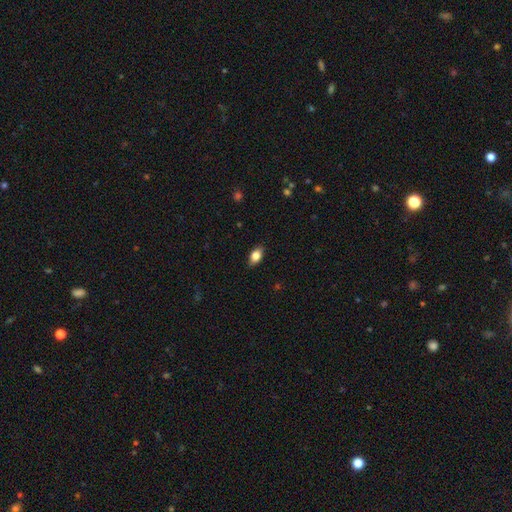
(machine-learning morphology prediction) Q: Smooth or featured?
A: smooth (80%); runner-up: featured or disk (12%)
Q: How rounded?
A: in between (86%); runner-up: round (10%)
Q: Merging?
A: none (86%); runner-up: minor disturbance (11%)